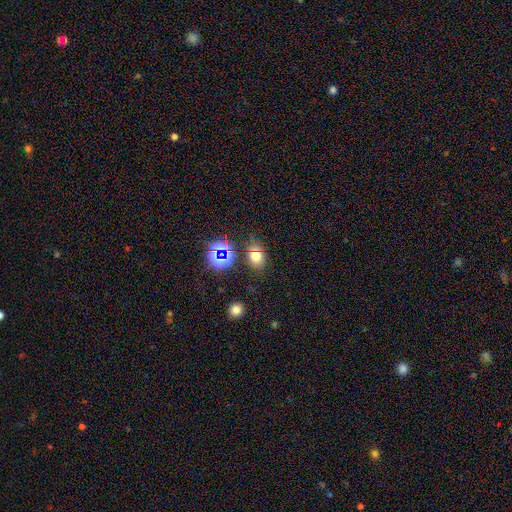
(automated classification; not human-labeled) Smooth or featured: smooth — 61% (star or artifact — 29%)
How rounded: in between — 64% (round — 35%)
Merging: none — 78% (minor disturbance — 12%)